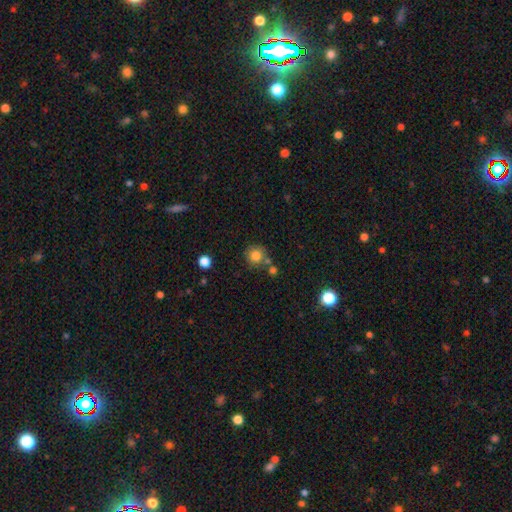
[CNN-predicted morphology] Smooth or featured?
  - smooth: 81% *
  - star or artifact: 11%
  - featured or disk: 8%
How rounded?
  - round: 91% *
  - in between: 8%
  - cigar-shaped: 1%
Merging?
  - none: 71% *
  - merger: 14%
  - minor disturbance: 11%
  - major disturbance: 4%